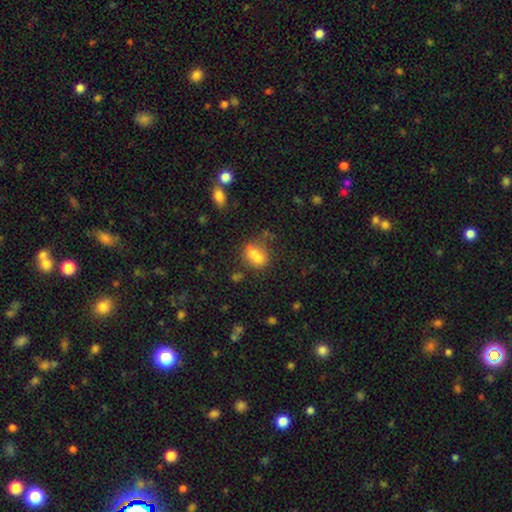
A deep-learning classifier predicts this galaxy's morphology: A smooth galaxy with no disk features (69%) that is in between round and cigar-shaped (58%).

Vote fractions:
- Smooth or featured? smooth: 69% / featured or disk: 19% / star or artifact: 13%
- How rounded? in between: 58% / round: 39% / cigar-shaped: 2%
- Merging? merger: 50% / none: 31% / minor disturbance: 12% / major disturbance: 6%